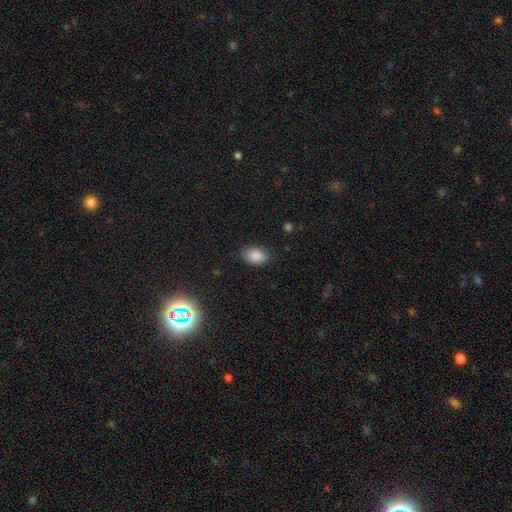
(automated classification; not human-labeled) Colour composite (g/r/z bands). It shows a smooth galaxy with no disk features (87%) that is in between round and cigar-shaped (85%). Merging: none (80%).